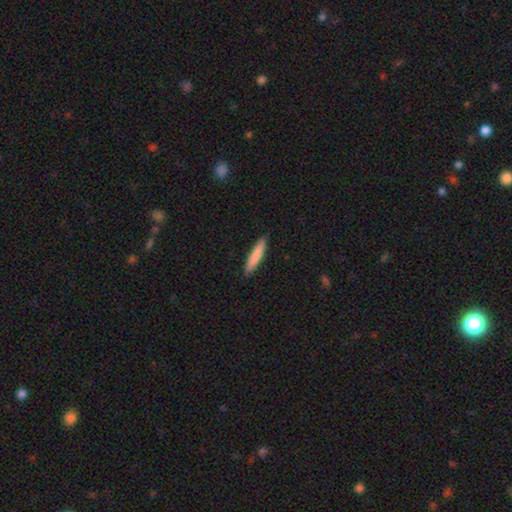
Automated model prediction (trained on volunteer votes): smooth-or-featured: smooth: 82% | featured or disk: 13% | star or artifact: 5%
  how-rounded: cigar-shaped: 90% | in between: 9% | round: 1%
  merging: none: 89% | minor disturbance: 8% | major disturbance: 2% | merger: 1%